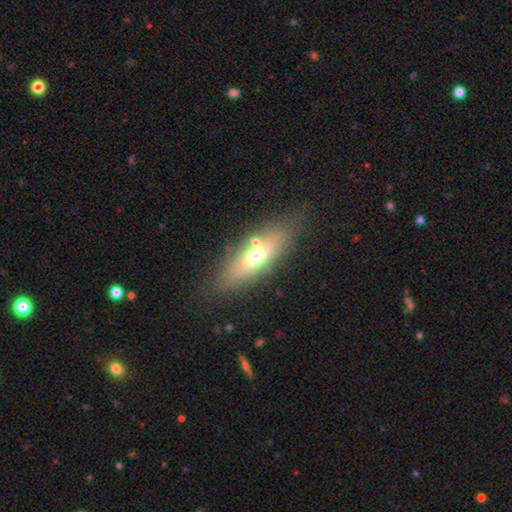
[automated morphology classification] smooth_or_featured: smooth (p=0.57) [alt: featured or disk p=0.34]
how_rounded: in between (p=0.57) [alt: cigar-shaped p=0.39]
merging: none (p=0.76) [alt: minor disturbance p=0.12]